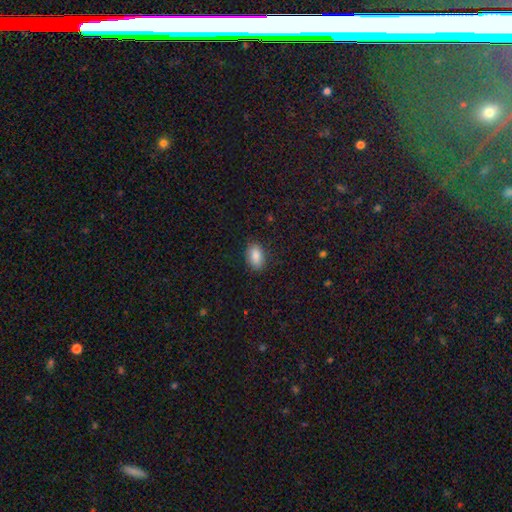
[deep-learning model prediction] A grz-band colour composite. It shows a smooth galaxy with no disk features (87%) that is in between round and cigar-shaped (91%). Merging: none (85%).